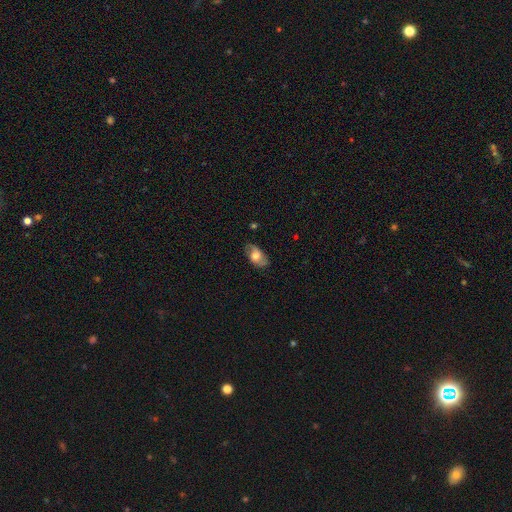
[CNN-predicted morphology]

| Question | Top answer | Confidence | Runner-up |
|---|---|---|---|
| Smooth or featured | smooth | 50% | featured or disk (42%) |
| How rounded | in between | 89% | round (8%) |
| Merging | none | 74% | minor disturbance (19%) |